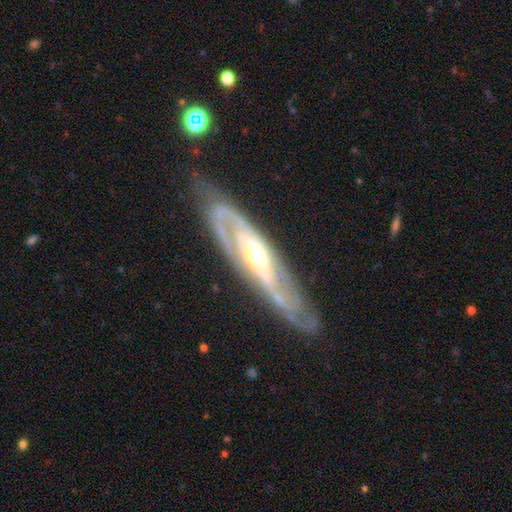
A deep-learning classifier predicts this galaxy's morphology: The model was most divided on "spiral winding": tight: 51%, medium: 37%, loose: 12%. More confident: spiral arms — yes (89%); smooth or featured — featured or disk (87%); merging — none (77%); edge-on disk — no (75%); spiral arm count — 2 (62%); bulge size — moderate (58%); bar — no (53%).